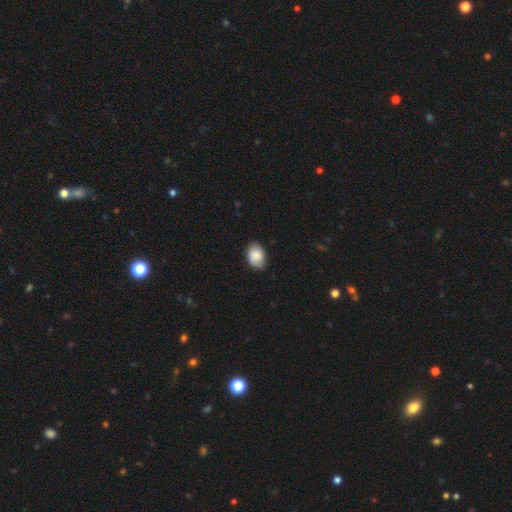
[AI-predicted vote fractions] The model was most divided on "merging": none: 74%, minor disturbance: 20%, major disturbance: 4%, merger: 1%. More confident: how rounded — in between (79%); smooth or featured — smooth (74%).